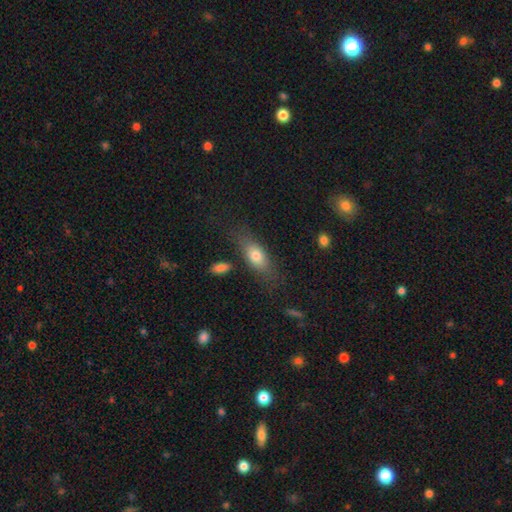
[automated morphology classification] This appears to be a smooth galaxy with no disk features (73%) that is in between round and cigar-shaped (76%). Merging: none (67%).